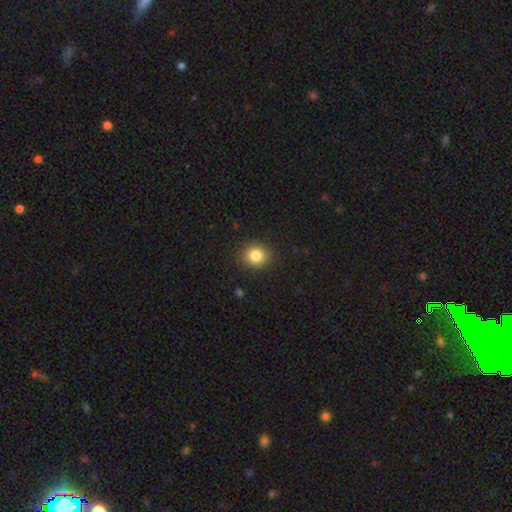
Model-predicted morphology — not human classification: Smooth or featured? Predicted: smooth (p=0.84). How rounded? Predicted: round (p=0.79). Merging? Predicted: none (p=0.89).